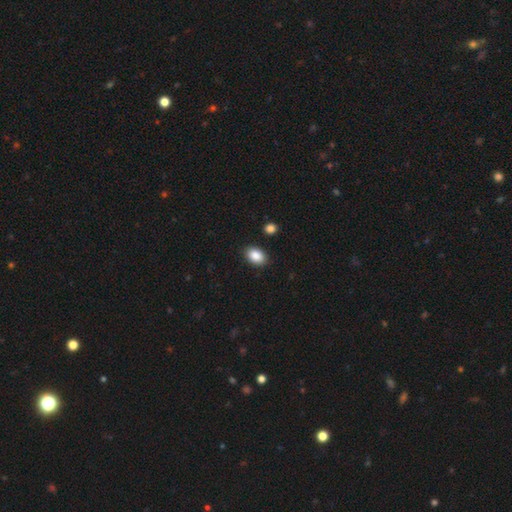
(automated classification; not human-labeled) smooth-or-featured: smooth: 88% | star or artifact: 8% | featured or disk: 4%
  how-rounded: in between: 83% | round: 16% | cigar-shaped: 1%
  merging: none: 88% | minor disturbance: 8% | merger: 2% | major disturbance: 2%